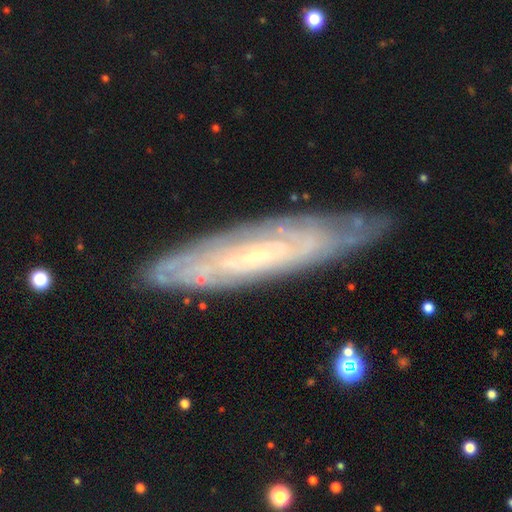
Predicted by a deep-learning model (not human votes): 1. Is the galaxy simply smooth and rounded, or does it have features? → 78% featured or disk, 15% smooth, 8% star or artifact.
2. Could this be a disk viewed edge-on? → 64% no, 36% yes.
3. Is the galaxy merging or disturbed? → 80% none, 15% minor disturbance, 3% major disturbance, 2% merger.